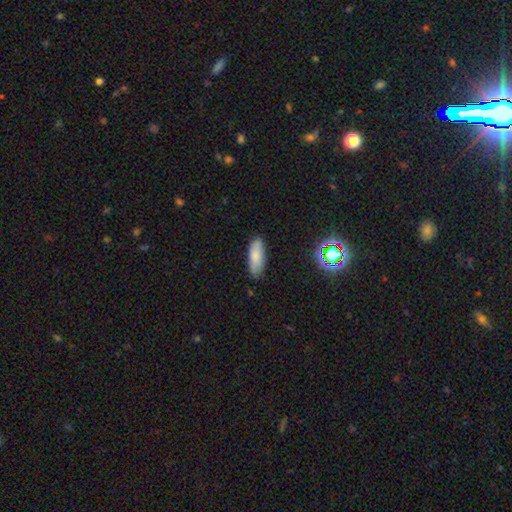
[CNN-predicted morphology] A smooth galaxy with no disk features (83%) that is in between round and cigar-shaped (70%). Merging: none (84%).